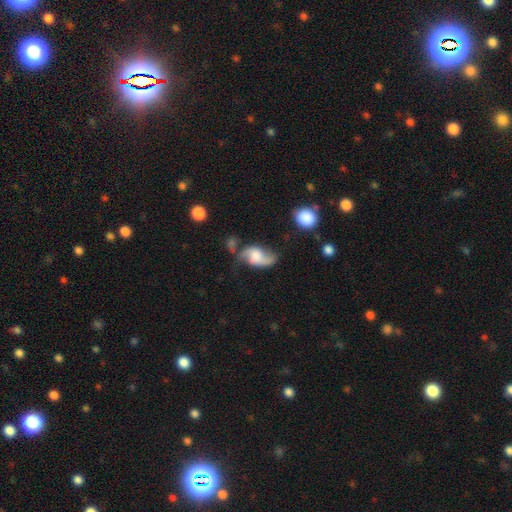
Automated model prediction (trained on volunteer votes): featured or disk 70%, smooth 22%, star or artifact 7%. Down the decision tree: edge-on disk — no (96%); bar — no (57%); spiral arms — yes (92%); spiral arm count — 2 (89%); spiral winding — loose (68%); bulge size — moderate (40%); merging — none (48%).